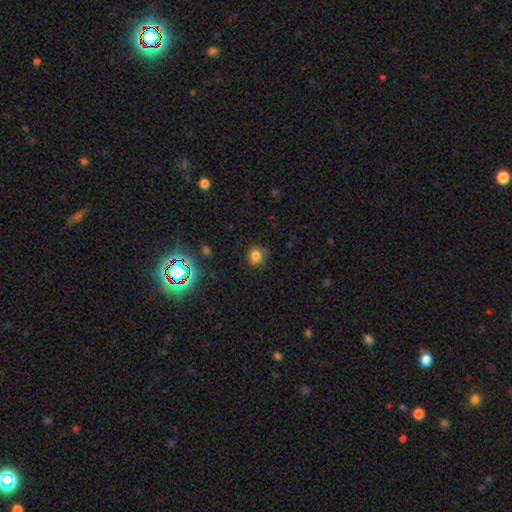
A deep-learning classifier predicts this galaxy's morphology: Overall: smooth (76%). How rounded: round (83%). Merging: none (71%).